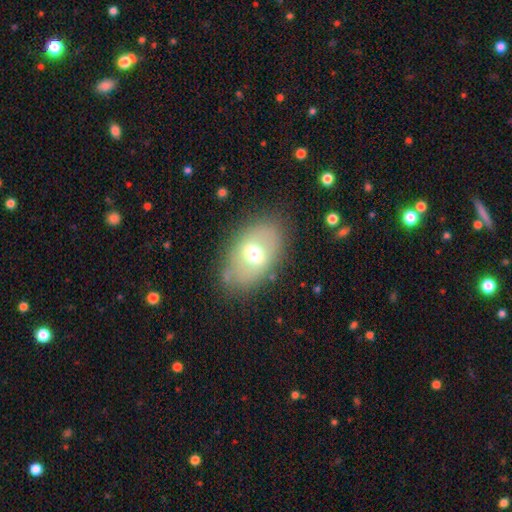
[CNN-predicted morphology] Q: Smooth or featured?
A: smooth (55%); runner-up: featured or disk (35%)
Q: How rounded?
A: in between (84%); runner-up: round (14%)
Q: Merging?
A: none (79%); runner-up: minor disturbance (14%)